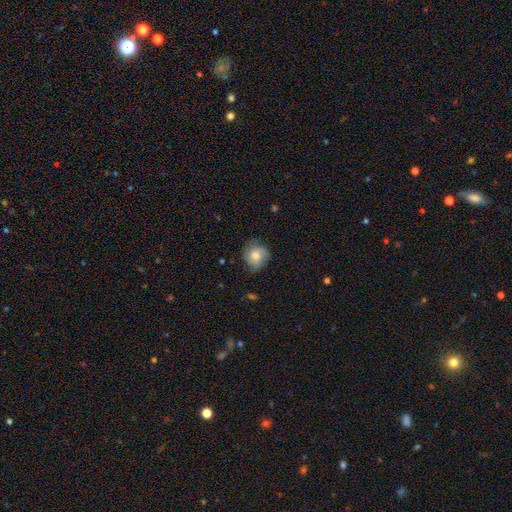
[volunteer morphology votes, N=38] A smooth galaxy with no disk features (71%) that is round (78%). Merging: none (67%).